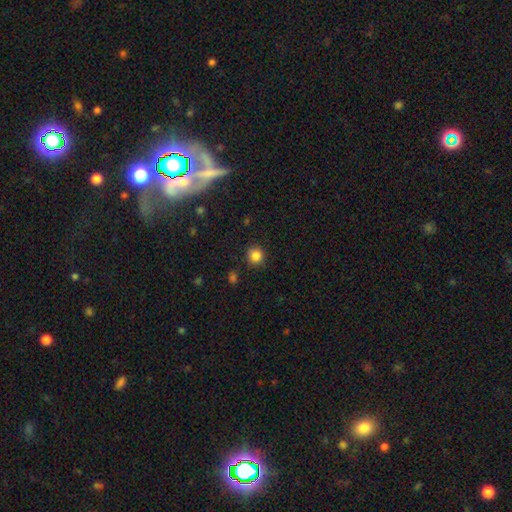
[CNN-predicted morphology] Q: Smooth or featured?
A: smooth (84%); runner-up: star or artifact (11%)
Q: How rounded?
A: round (91%); runner-up: in between (8%)
Q: Merging?
A: none (89%); runner-up: minor disturbance (7%)